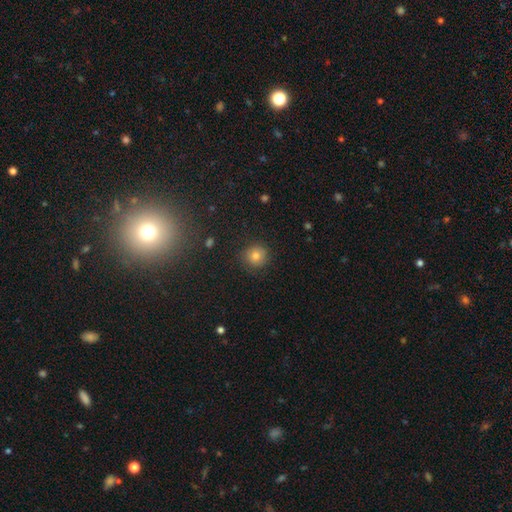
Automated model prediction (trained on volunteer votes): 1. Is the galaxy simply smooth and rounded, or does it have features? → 76% smooth, 14% star or artifact, 10% featured or disk.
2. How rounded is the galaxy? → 91% round, 8% in between, 1% cigar-shaped.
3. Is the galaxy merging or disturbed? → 87% none, 9% minor disturbance, 3% major disturbance, 1% merger.